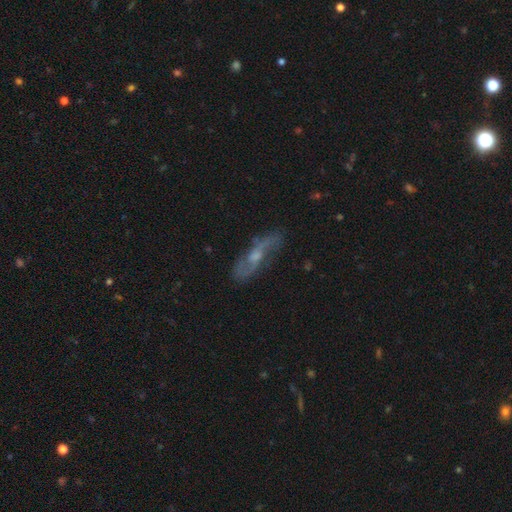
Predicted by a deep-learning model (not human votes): Q: Smooth or featured?
A: featured or disk (70%); runner-up: smooth (22%)
Q: Edge-on disk?
A: no (72%); runner-up: yes (28%)
Q: Bar?
A: no (55%); runner-up: weak (36%)
Q: Spiral arms?
A: yes (81%); runner-up: no (19%)
Q: Bulge size?
A: moderate (51%); runner-up: small (36%)
Q: Merging?
A: none (71%); runner-up: minor disturbance (19%)